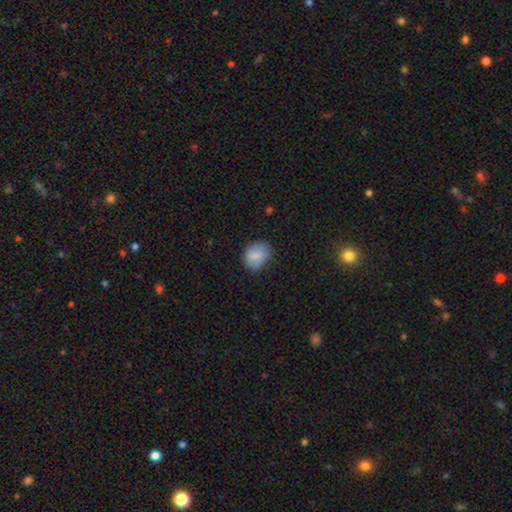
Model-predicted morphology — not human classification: A smooth galaxy with no disk features (80%) that is in between round and cigar-shaped (53%).

Vote fractions:
- Smooth or featured? smooth: 80% / featured or disk: 12% / star or artifact: 8%
- How rounded? in between: 53% / round: 46% / cigar-shaped: 1%
- Merging? none: 72% / minor disturbance: 22% / major disturbance: 5% / merger: 1%